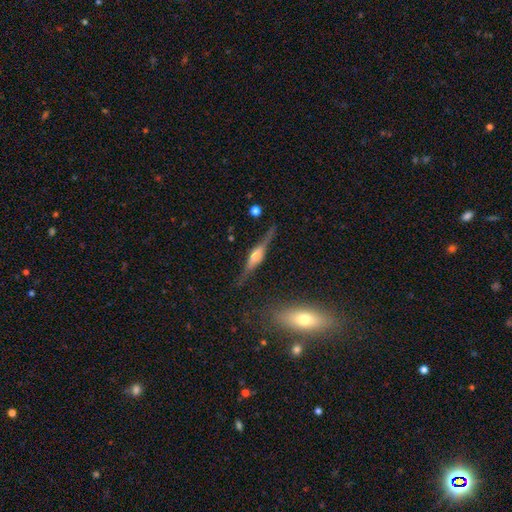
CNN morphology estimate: Smooth or featured: featured or disk — 74% (smooth — 19%)
Edge-on disk: yes — 96% (no — 4%)
Edge-on bulge: rounded — 69% (boxy — 25%)
Merging: none — 80% (minor disturbance — 13%)